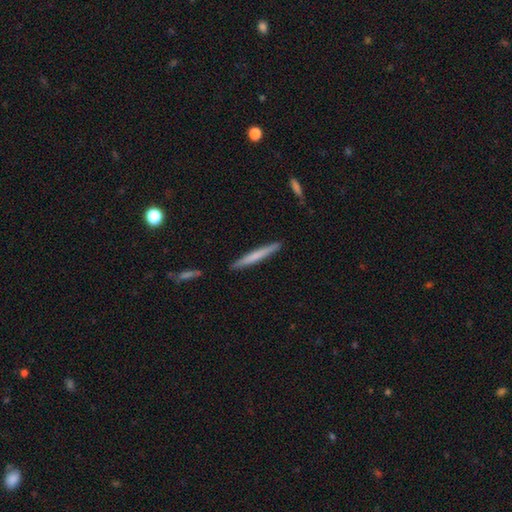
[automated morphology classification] A smooth galaxy with no disk features (60%) that is cigar-shaped (97%).

Vote fractions:
- Smooth or featured? smooth: 60% / featured or disk: 34% / star or artifact: 6%
- How rounded? cigar-shaped: 97% / in between: 2% / round: 1%
- Merging? none: 90% / minor disturbance: 7% / merger: 2% / major disturbance: 1%